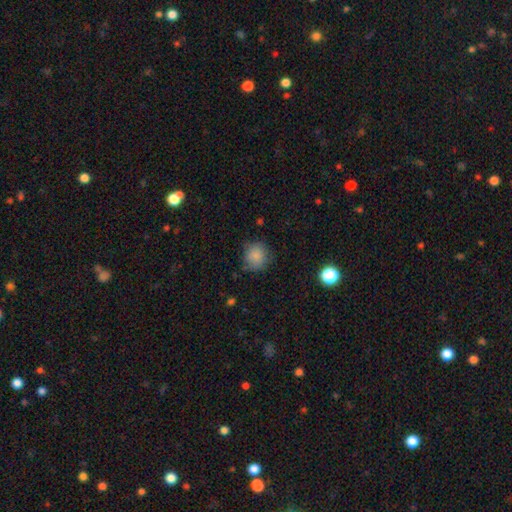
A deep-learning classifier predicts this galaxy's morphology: This is clearly a smooth galaxy (84%). How rounded: clearly round (86%). Merging: likely none (73%).